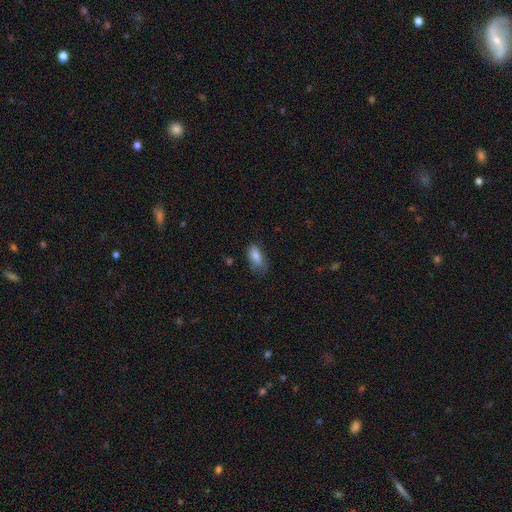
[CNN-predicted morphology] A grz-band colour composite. It shows a smooth galaxy with no disk features (81%) that is in between round and cigar-shaped (84%). Merging: none (55%).